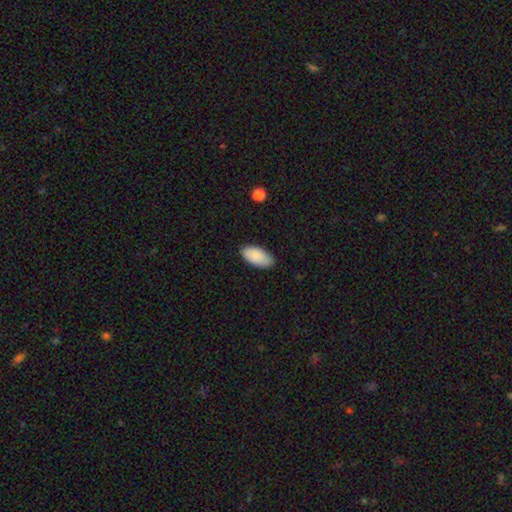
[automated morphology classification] The model was most divided on "merging": none: 84%, minor disturbance: 13%, major disturbance: 2%, merger: 1%. More confident: how rounded — in between (94%); smooth or featured — smooth (88%).